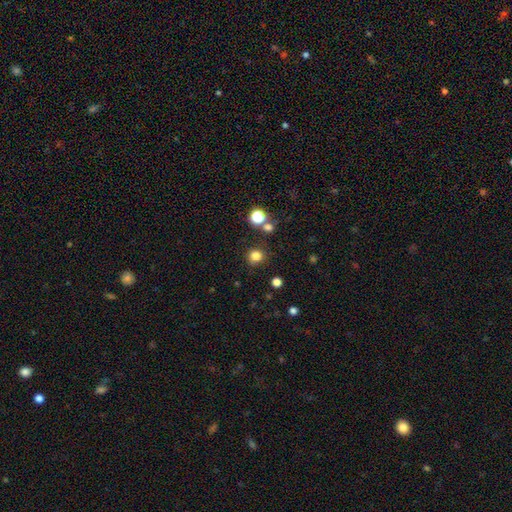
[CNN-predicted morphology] This appears to be a smooth galaxy with no disk features (81%) that is round (91%). Merging: none (84%).